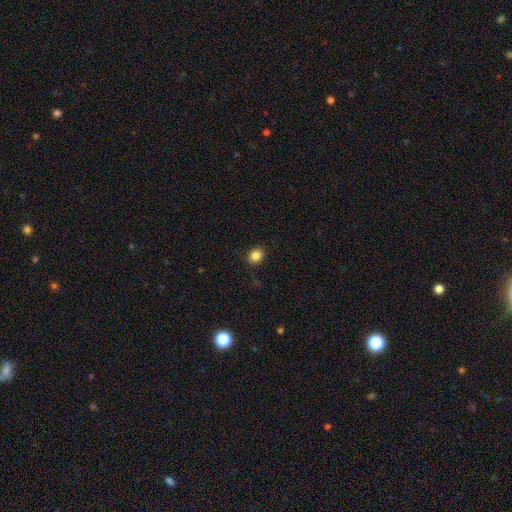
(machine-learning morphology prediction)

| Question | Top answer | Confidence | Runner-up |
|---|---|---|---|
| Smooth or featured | smooth | 85% | star or artifact (11%) |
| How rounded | round | 75% | in between (24%) |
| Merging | none | 86% | minor disturbance (11%) |